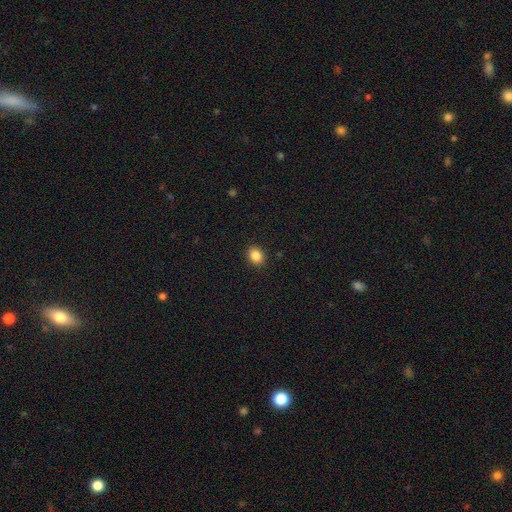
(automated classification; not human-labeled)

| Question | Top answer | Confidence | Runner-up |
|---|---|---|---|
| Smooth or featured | smooth | 86% | star or artifact (10%) |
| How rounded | round | 60% | in between (39%) |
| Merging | none | 91% | minor disturbance (6%) |